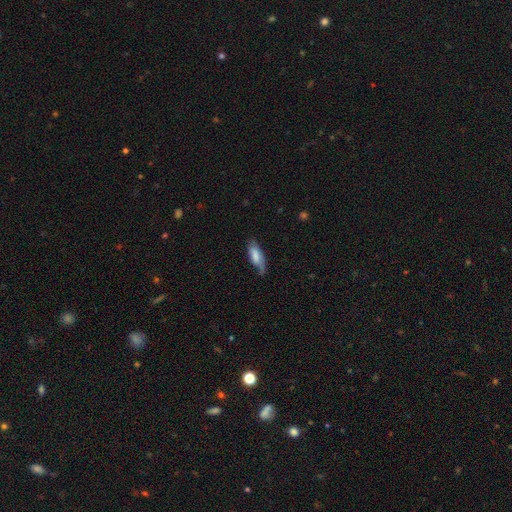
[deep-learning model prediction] Smooth or featured?
  - smooth: 66% *
  - featured or disk: 28%
  - star or artifact: 7%
How rounded?
  - in between: 70% *
  - cigar-shaped: 28%
  - round: 2%
Merging?
  - none: 52% *
  - minor disturbance: 33%
  - major disturbance: 12%
  - merger: 2%